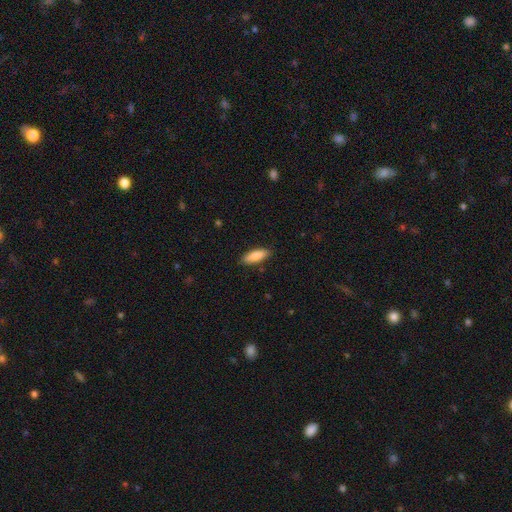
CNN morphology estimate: A smooth galaxy with no disk features (86%) that is in between round and cigar-shaped (67%).

Vote fractions:
- Smooth or featured? smooth: 86% / featured or disk: 8% / star or artifact: 6%
- How rounded? in between: 67% / cigar-shaped: 31% / round: 2%
- Merging? none: 87% / minor disturbance: 10% / major disturbance: 2% / merger: 1%